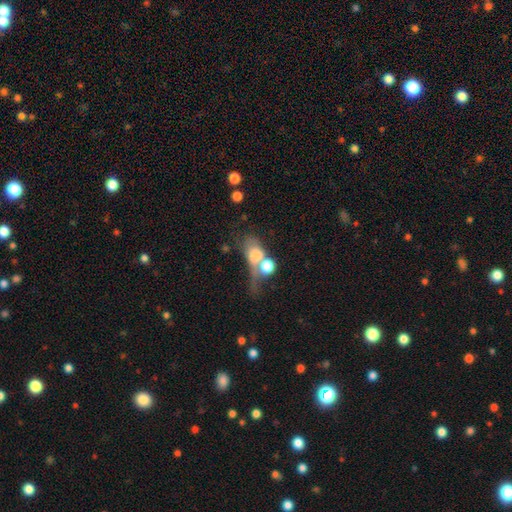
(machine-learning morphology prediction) smooth-or-featured: smooth: 61% | featured or disk: 28% | star or artifact: 11%
  how-rounded: in between: 61% | round: 32% | cigar-shaped: 7%
  merging: merger: 57% | major disturbance: 21% | none: 13% | minor disturbance: 9%